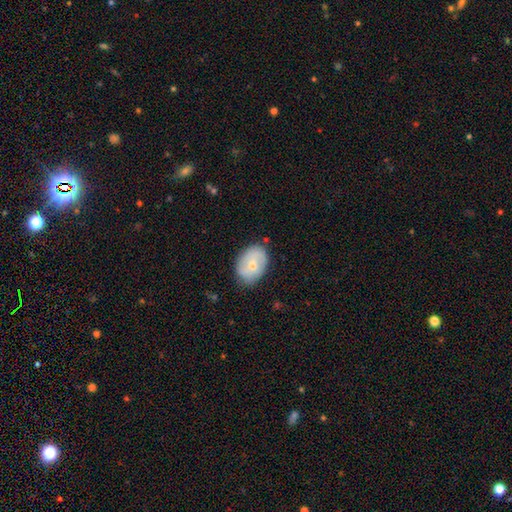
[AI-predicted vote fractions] Smooth or featured: smooth — 55% (featured or disk — 39%)
How rounded: in between — 75% (round — 24%)
Merging: none — 74% (minor disturbance — 20%)